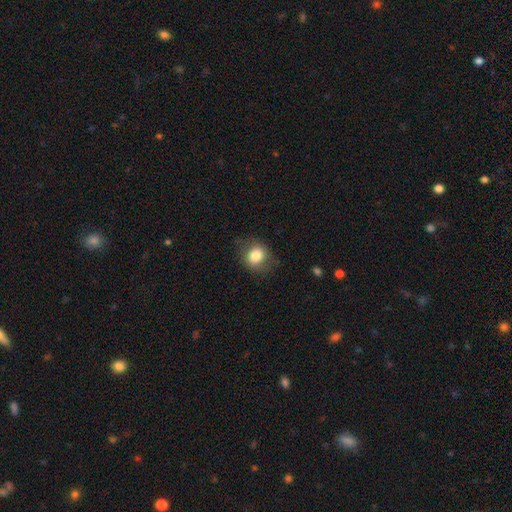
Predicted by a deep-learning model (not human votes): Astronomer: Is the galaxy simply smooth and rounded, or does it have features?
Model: smooth — 80%.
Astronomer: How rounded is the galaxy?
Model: round — 65%.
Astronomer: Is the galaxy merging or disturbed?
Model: none — 73%.